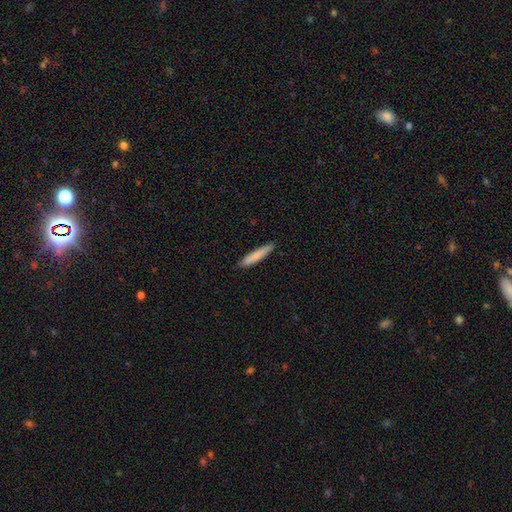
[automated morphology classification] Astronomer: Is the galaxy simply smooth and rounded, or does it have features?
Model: smooth — 81%.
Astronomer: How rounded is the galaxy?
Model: cigar-shaped — 92%.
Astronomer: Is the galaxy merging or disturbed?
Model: none — 89%.